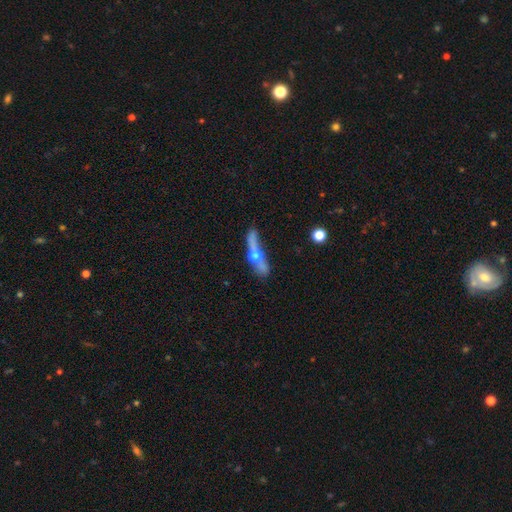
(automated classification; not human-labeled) Morphology: type=featured or disk (47%); merging=merger (33%).